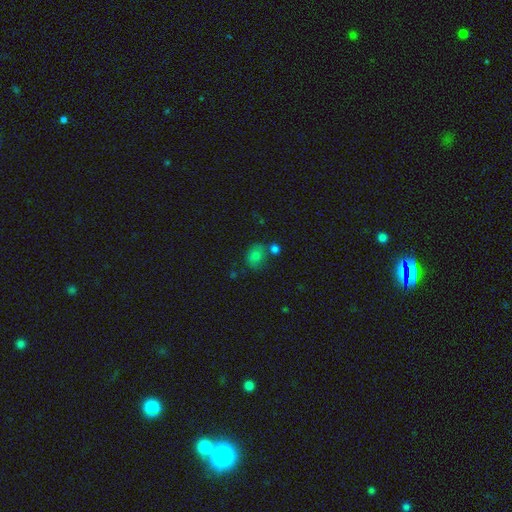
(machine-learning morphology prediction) A smooth galaxy with no disk features (75%) that is in between round and cigar-shaped (50%).

Vote fractions:
- Smooth or featured? smooth: 75% / star or artifact: 14% / featured or disk: 11%
- How rounded? in between: 50% / round: 49% / cigar-shaped: 1%
- Merging? none: 54% / merger: 22% / minor disturbance: 17% / major disturbance: 6%